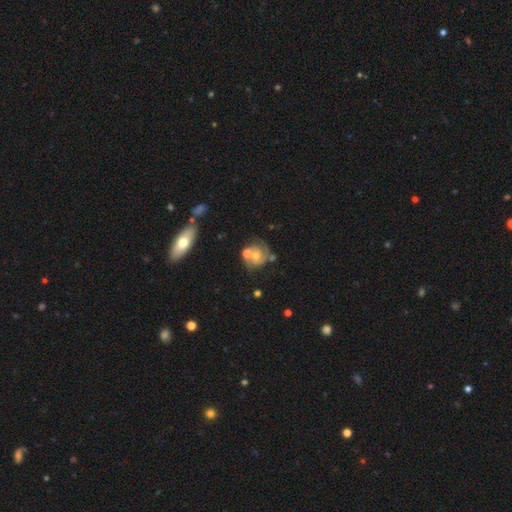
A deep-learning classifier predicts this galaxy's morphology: smooth_or_featured: featured or disk (p=0.67) [alt: smooth p=0.24]
disk_edge_on: no (p=0.97) [alt: yes p=0.03]
bar: no (p=0.73) [alt: weak p=0.22]
has_spiral_arms: yes (p=0.83) [alt: no p=0.17]
spiral_winding: tight (p=0.51) [alt: medium p=0.37]
spiral_arm_count: 2 (p=0.56) [alt: can't tell p=0.20]
bulge_size: moderate (p=0.56) [alt: small p=0.36]
merging: none (p=0.50) [alt: merger p=0.23]